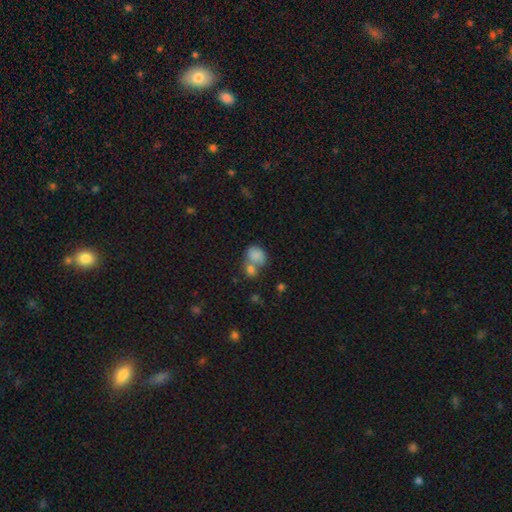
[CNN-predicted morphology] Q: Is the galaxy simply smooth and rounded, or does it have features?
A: smooth — 80%.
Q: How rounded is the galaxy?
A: in between — 55%.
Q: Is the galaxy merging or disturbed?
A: merger — 52%.